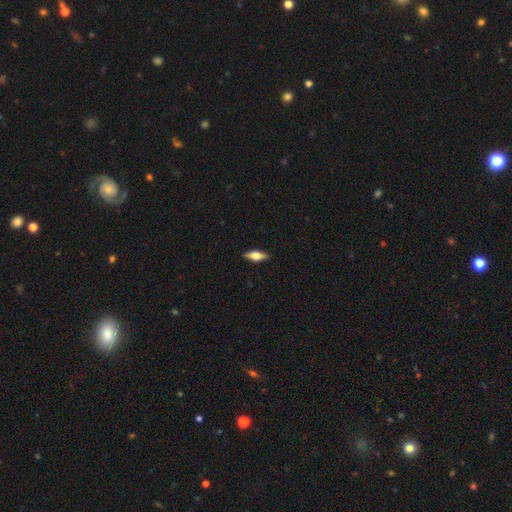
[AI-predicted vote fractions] Overall: smooth (49%; featured or disk 44%). Merging: none (89%).